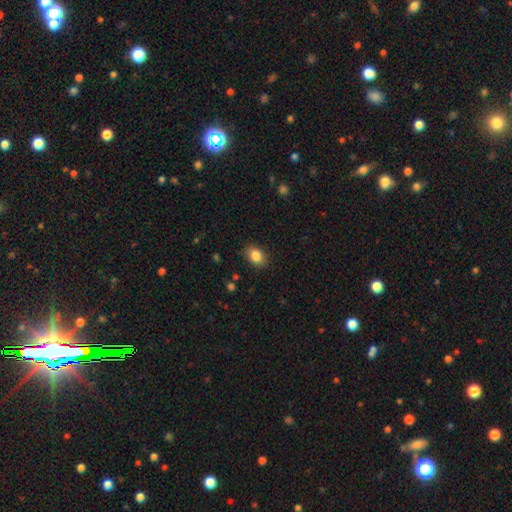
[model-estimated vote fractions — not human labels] The model was most divided on "how rounded": in between: 77%, round: 22%, cigar-shaped: 1%. More confident: smooth or featured — smooth (86%); merging — none (86%).